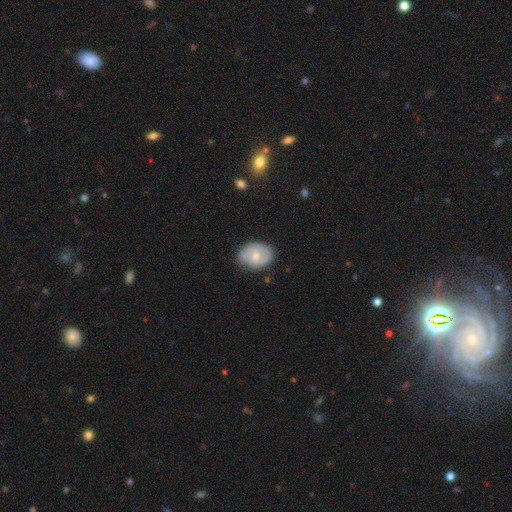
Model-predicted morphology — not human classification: Q: Smooth or featured?
A: featured or disk (55%); runner-up: smooth (40%)
Q: Edge-on disk?
A: no (97%); runner-up: yes (3%)
Q: Bar?
A: no (59%); runner-up: weak (36%)
Q: Spiral arms?
A: yes (76%); runner-up: no (24%)
Q: Bulge size?
A: moderate (50%); runner-up: small (42%)
Q: Merging?
A: none (73%); runner-up: minor disturbance (20%)